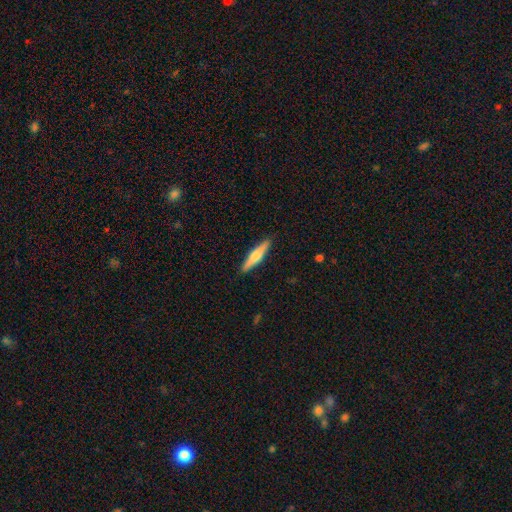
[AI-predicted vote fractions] Smooth or featured? featured or disk (48%)
Merging? none (91%)